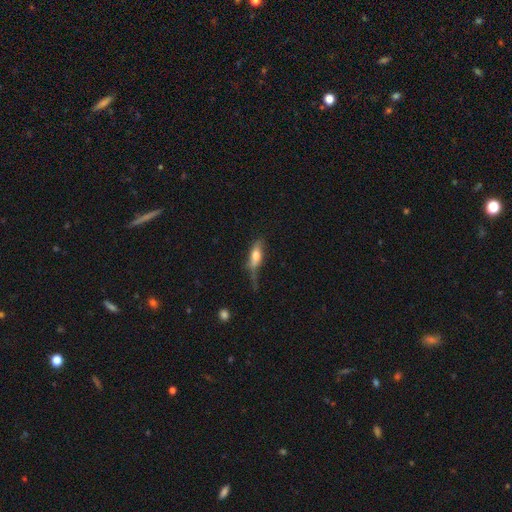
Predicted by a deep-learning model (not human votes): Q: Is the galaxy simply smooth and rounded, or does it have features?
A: smooth — 60%.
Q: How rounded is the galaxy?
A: in between — 59%.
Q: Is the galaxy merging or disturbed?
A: none — 36%.